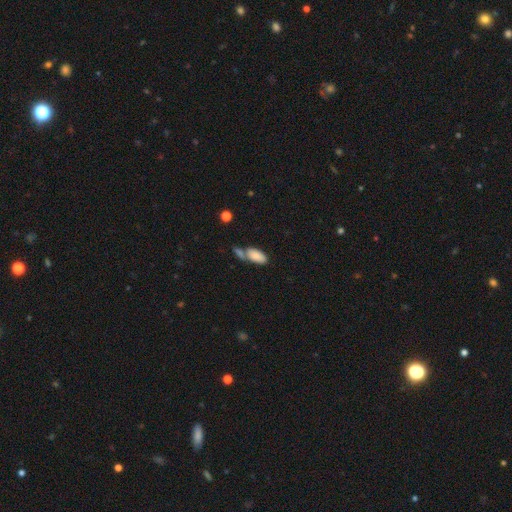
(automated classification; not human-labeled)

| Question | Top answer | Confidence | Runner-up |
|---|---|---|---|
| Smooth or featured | smooth | 81% | featured or disk (12%) |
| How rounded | in between | 91% | cigar-shaped (7%) |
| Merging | none | 42% | merger (38%) |